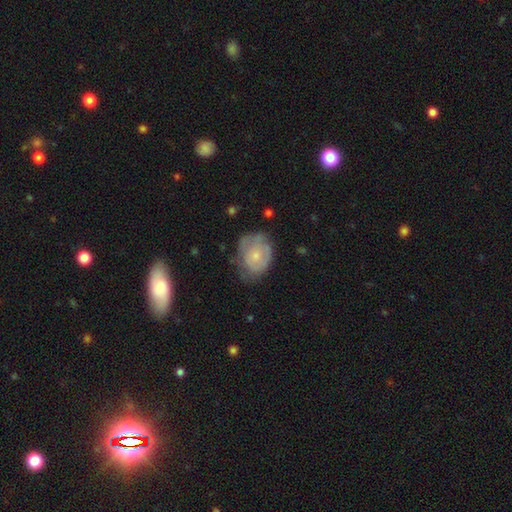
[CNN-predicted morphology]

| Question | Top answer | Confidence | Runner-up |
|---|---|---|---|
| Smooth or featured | smooth | 50% | featured or disk (42%) |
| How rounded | in between | 55% | round (43%) |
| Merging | none | 54% | minor disturbance (31%) |